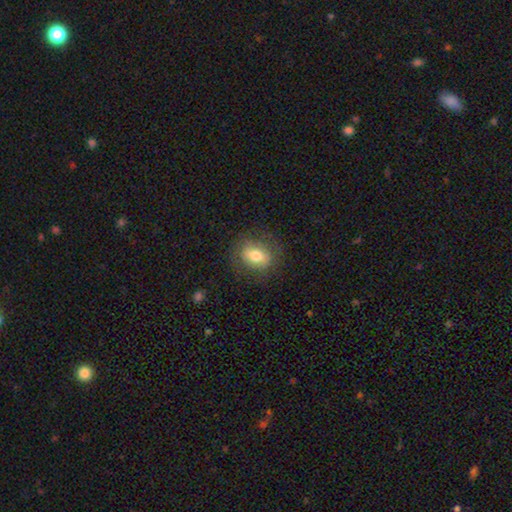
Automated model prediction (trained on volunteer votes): Q: Smooth or featured?
A: smooth (66%); runner-up: featured or disk (25%)
Q: How rounded?
A: in between (57%); runner-up: round (40%)
Q: Merging?
A: none (79%); runner-up: minor disturbance (14%)